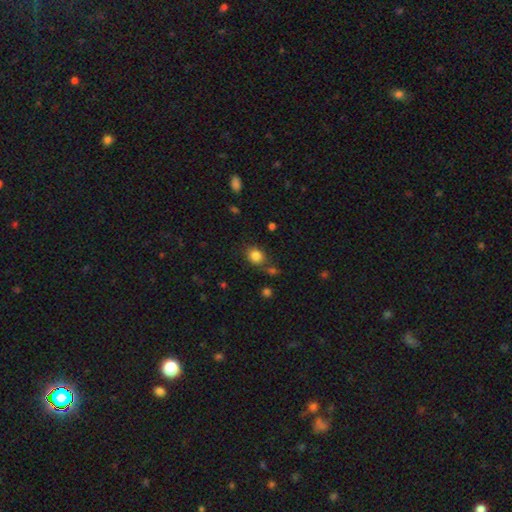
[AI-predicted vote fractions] Smooth or featured? smooth (84%)
How rounded? round (63%)
Merging? none (71%)